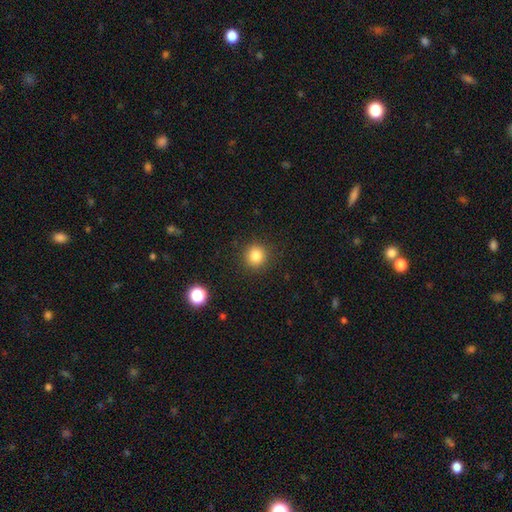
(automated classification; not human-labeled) smooth 83%, star or artifact 12%, featured or disk 5%. Down the decision tree: how rounded — round (91%); merging — none (91%).